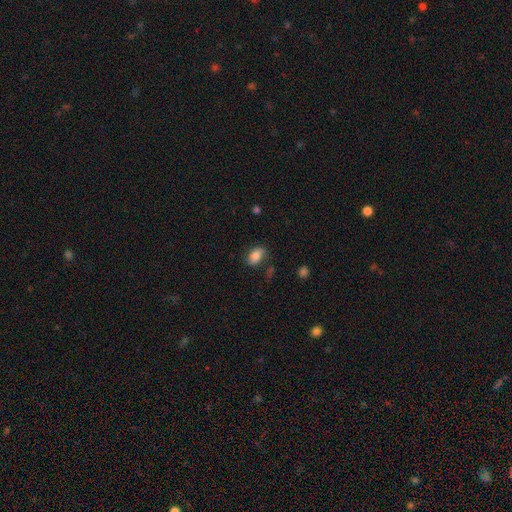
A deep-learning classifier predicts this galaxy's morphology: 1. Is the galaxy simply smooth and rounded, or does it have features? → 81% smooth, 10% featured or disk, 9% star or artifact.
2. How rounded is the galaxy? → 87% in between, 11% round, 2% cigar-shaped.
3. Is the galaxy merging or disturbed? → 70% none, 20% minor disturbance, 6% major disturbance, 4% merger.